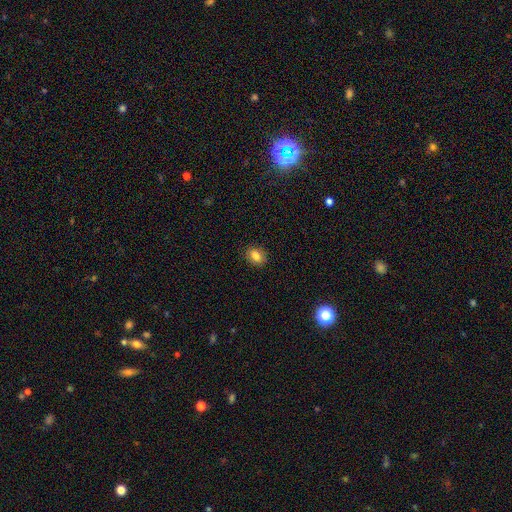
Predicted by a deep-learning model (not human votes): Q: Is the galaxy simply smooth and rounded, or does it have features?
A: smooth — 83%.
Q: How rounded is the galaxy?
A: in between — 64%.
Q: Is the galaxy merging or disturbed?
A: none — 88%.